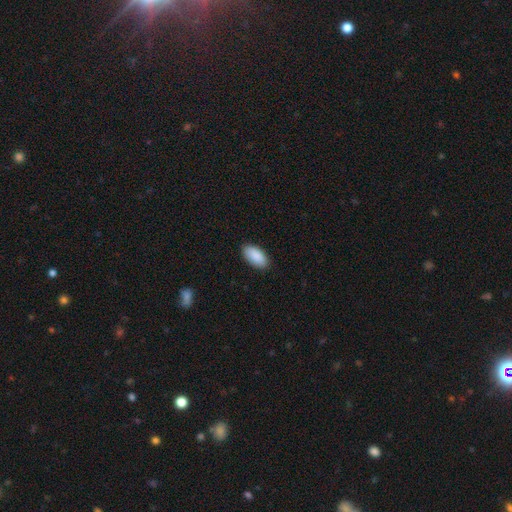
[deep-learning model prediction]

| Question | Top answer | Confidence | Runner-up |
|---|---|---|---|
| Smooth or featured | smooth | 91% | star or artifact (6%) |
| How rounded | in between | 94% | cigar-shaped (4%) |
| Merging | none | 88% | minor disturbance (9%) |